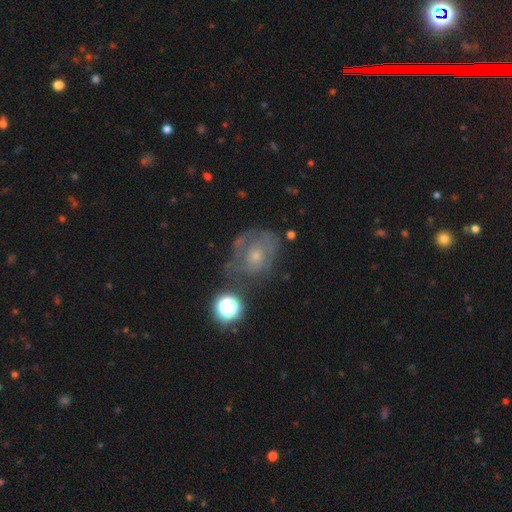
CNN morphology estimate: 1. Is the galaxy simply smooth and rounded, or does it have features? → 61% featured or disk, 24% smooth, 15% star or artifact.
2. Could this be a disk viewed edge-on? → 97% no, 3% yes.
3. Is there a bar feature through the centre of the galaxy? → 80% no, 17% weak, 3% strong.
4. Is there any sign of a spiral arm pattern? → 64% yes, 36% no.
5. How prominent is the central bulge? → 60% small, 32% moderate, 5% none, 2% large, 1% dominant.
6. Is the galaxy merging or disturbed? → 52% none, 24% minor disturbance, 19% major disturbance, 6% merger.